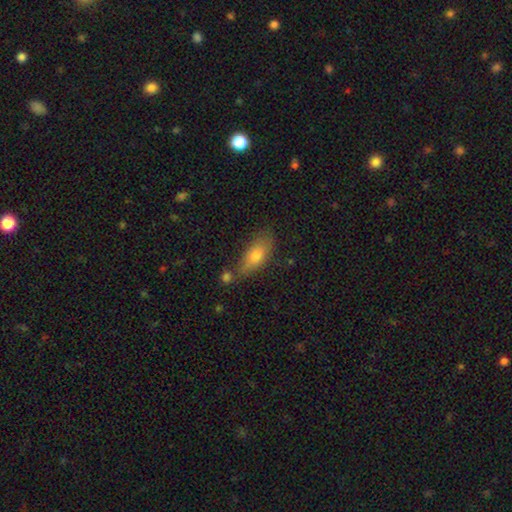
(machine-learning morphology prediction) Smooth or featured: smooth — 72% (featured or disk — 20%)
How rounded: in between — 72% (cigar-shaped — 25%)
Merging: none — 64% (minor disturbance — 20%)